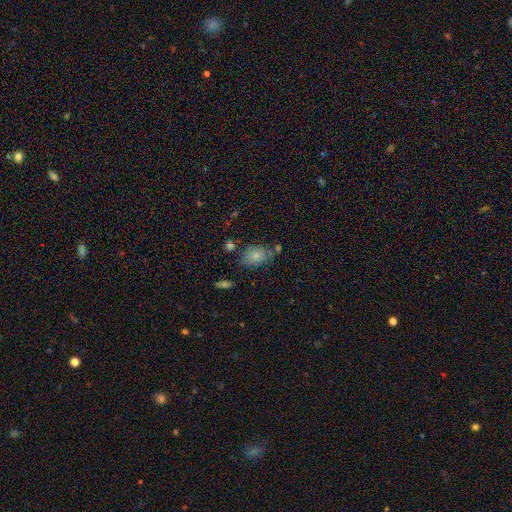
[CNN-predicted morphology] This appears to be a smooth galaxy with no disk features (79%) that is in between round and cigar-shaped (77%). Merging: none (62%).